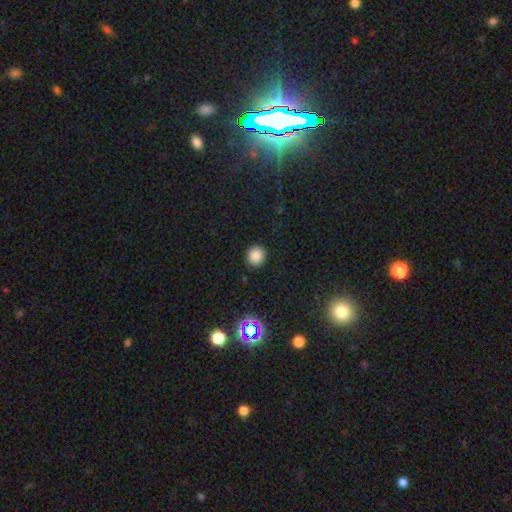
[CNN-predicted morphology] smooth-or-featured: smooth: 84% | star or artifact: 13% | featured or disk: 4%
  how-rounded: round: 90% | in between: 9% | cigar-shaped: 1%
  merging: none: 90% | minor disturbance: 7% | major disturbance: 2% | merger: 1%